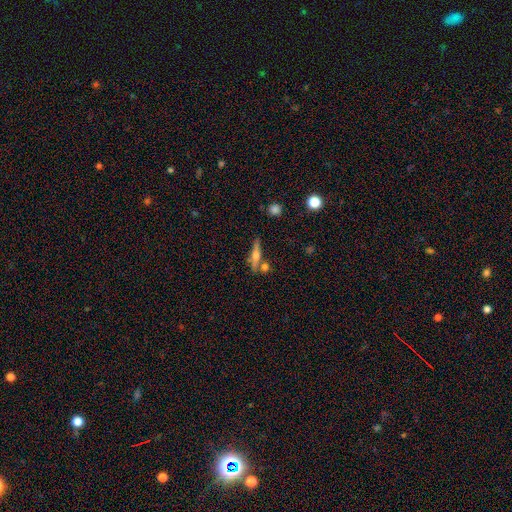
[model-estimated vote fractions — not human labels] Q: Smooth or featured?
A: featured or disk (52%); runner-up: smooth (39%)
Q: Edge-on disk?
A: yes (94%); runner-up: no (6%)
Q: Merging?
A: none (66%); runner-up: merger (17%)